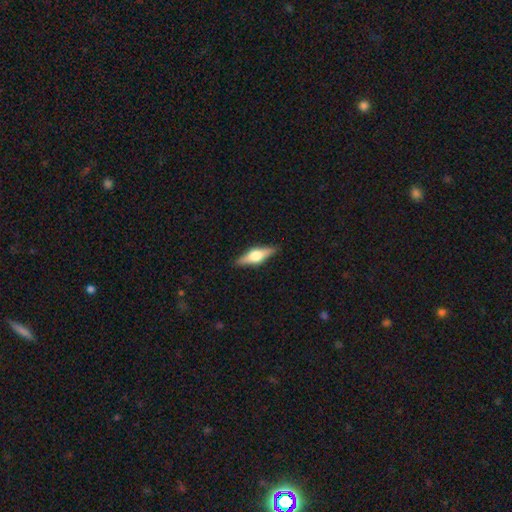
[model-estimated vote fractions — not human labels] A featured or disk galaxy (63%) viewed edge-on (96%) with a rounded central bulge (94%).

Vote fractions:
- Smooth or featured? featured or disk: 63% / smooth: 31% / star or artifact: 6%
- Edge-on disk? yes: 96% / no: 4%
- Edge-on bulge? rounded: 94% / boxy: 5% / none: 1%
- Merging? none: 90% / minor disturbance: 8% / major disturbance: 2% / merger: 1%